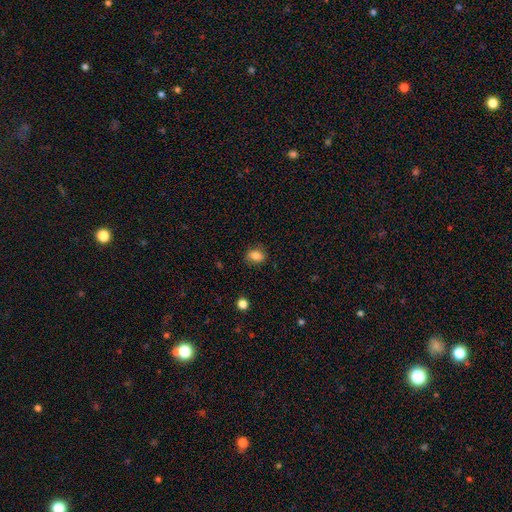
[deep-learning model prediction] This appears to be a smooth galaxy with no disk features (82%) that is in between round and cigar-shaped (59%). Merging: none (77%).